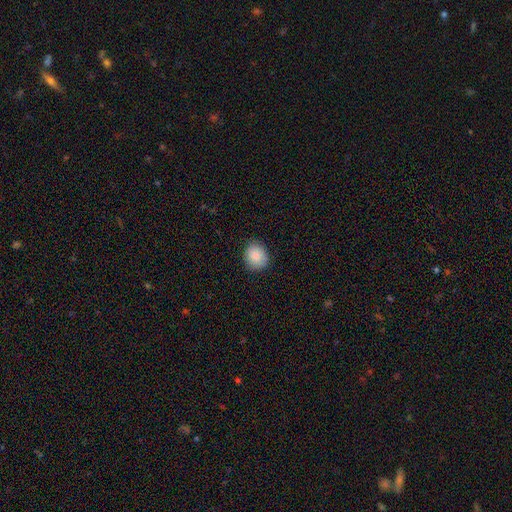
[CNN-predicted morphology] This is clearly a smooth galaxy (87%). How rounded: likely round (70%). Merging: clearly none (86%).